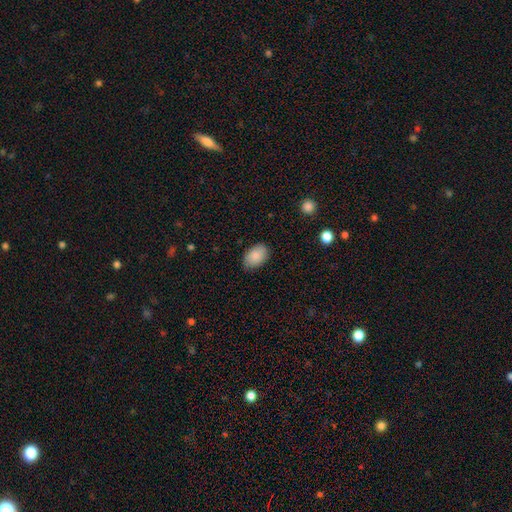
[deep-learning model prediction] A smooth galaxy with no disk features (88%) that is in between round and cigar-shaped (90%).

Vote fractions:
- Smooth or featured? smooth: 88% / star or artifact: 6% / featured or disk: 5%
- How rounded? in between: 90% / round: 9% / cigar-shaped: 1%
- Merging? none: 81% / minor disturbance: 15% / major disturbance: 3% / merger: 1%